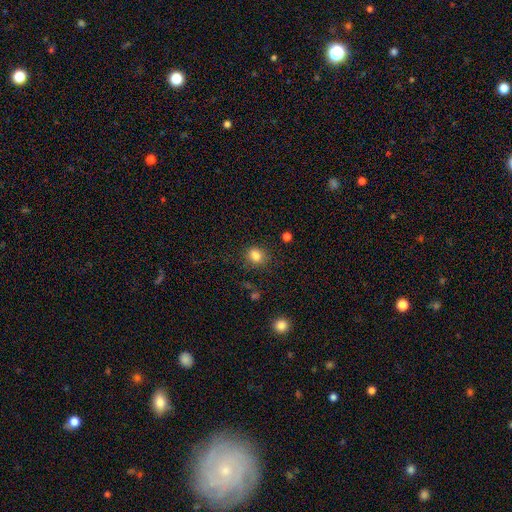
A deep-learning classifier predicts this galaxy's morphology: type=smooth (83%); roundness=round (70%); merging=none (80%).